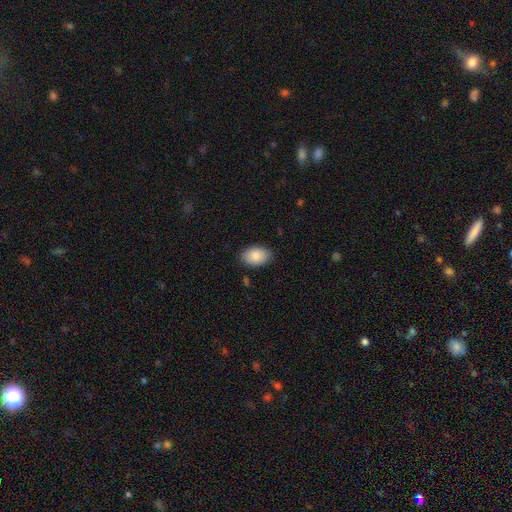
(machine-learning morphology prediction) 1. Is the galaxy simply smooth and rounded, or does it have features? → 85% smooth, 8% featured or disk, 7% star or artifact.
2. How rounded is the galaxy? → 87% in between, 12% round, 1% cigar-shaped.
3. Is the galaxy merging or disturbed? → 86% none, 11% minor disturbance, 2% major disturbance, 1% merger.